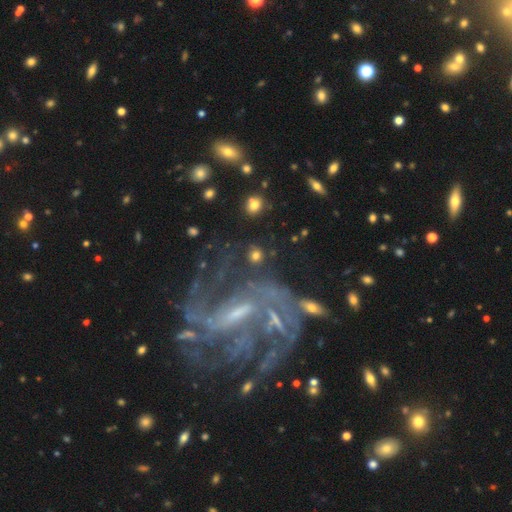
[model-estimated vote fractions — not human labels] smooth-or-featured: smooth: 66% | featured or disk: 21% | star or artifact: 13%
  how-rounded: round: 82% | in between: 16% | cigar-shaped: 2%
  merging: none: 78% | minor disturbance: 10% | merger: 6% | major disturbance: 6%